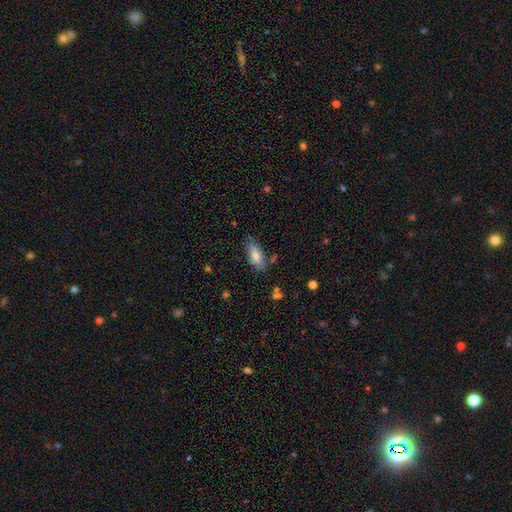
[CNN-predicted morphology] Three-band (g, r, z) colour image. It shows a smooth galaxy with no disk features (79%) that is in between round and cigar-shaped (81%). Merging: none (76%).